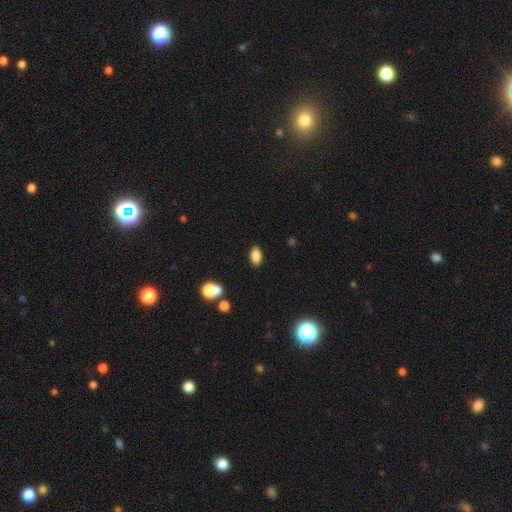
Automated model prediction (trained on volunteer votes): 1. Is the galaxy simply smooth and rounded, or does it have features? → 84% smooth, 10% star or artifact, 6% featured or disk.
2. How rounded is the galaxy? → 90% in between, 6% round, 5% cigar-shaped.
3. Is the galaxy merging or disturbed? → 87% none, 9% minor disturbance, 2% major disturbance, 2% merger.